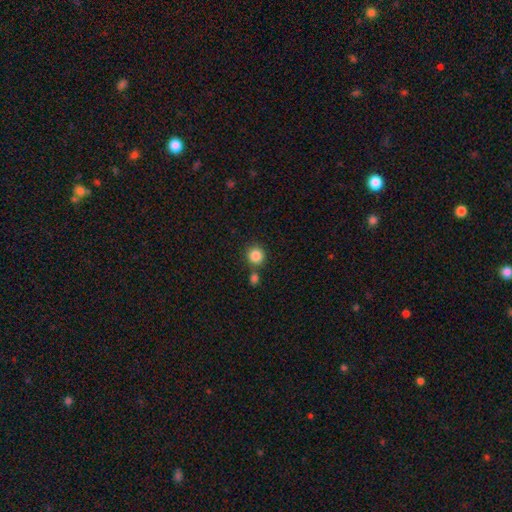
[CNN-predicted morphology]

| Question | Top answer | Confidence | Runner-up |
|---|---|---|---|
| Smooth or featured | smooth | 86% | star or artifact (9%) |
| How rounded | round | 91% | in between (8%) |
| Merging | none | 73% | merger (16%) |